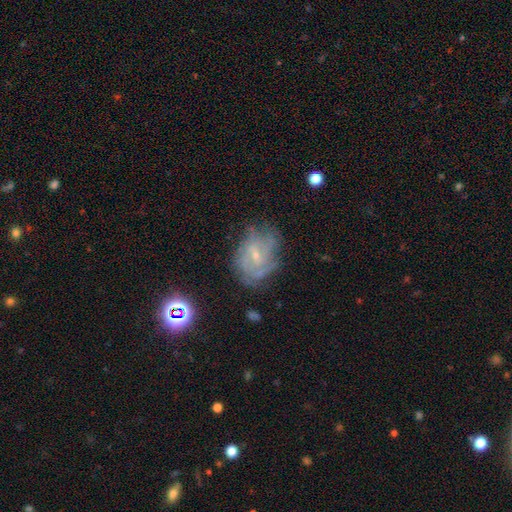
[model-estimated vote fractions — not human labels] A featured or disk galaxy (72%) with a weak bar (49%), tight (49%) spiral arms (84%) and a small central bulge (70%).

Vote fractions:
- Smooth or featured? featured or disk: 72% / smooth: 16% / star or artifact: 12%
- Edge-on disk? no: 97% / yes: 3%
- Bar? weak: 49% / no: 41% / strong: 10%
- Spiral arms? yes: 84% / no: 16%
- Spiral winding? tight: 49% / medium: 37% / loose: 13%
- Spiral arm count? can't tell: 47% / 2: 17% / 3: 16% / 4: 11% / more than 4: 5% / 1: 5%
- Bulge size? small: 70% / moderate: 21% / none: 7% / large: 1% / dominant: 1%
- Merging? none: 62% / minor disturbance: 23% / major disturbance: 13% / merger: 2%